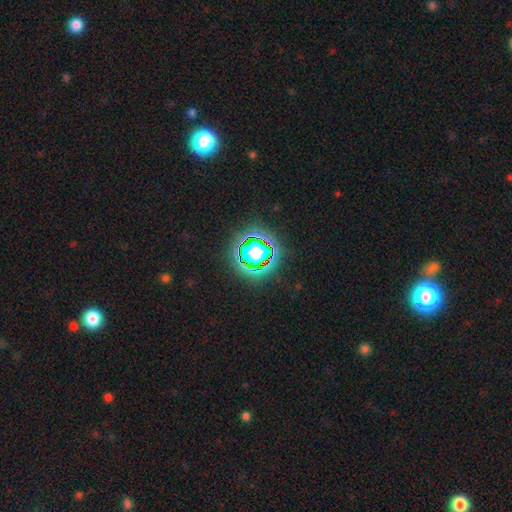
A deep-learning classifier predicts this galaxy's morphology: This appears to be a star or artifact, not a galaxy (75%).